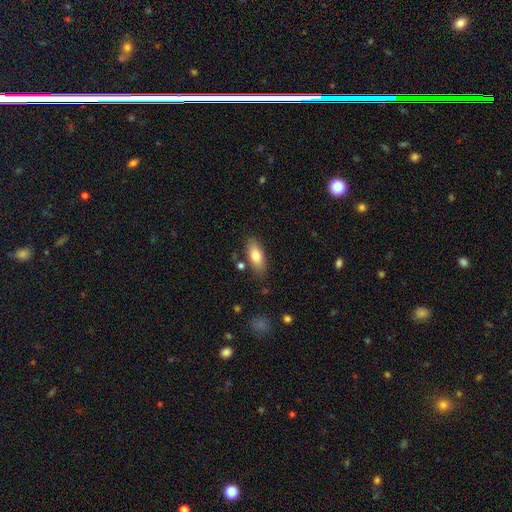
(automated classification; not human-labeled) A smooth galaxy with no disk features (76%) that is in between round and cigar-shaped (82%). Merging: none (79%).